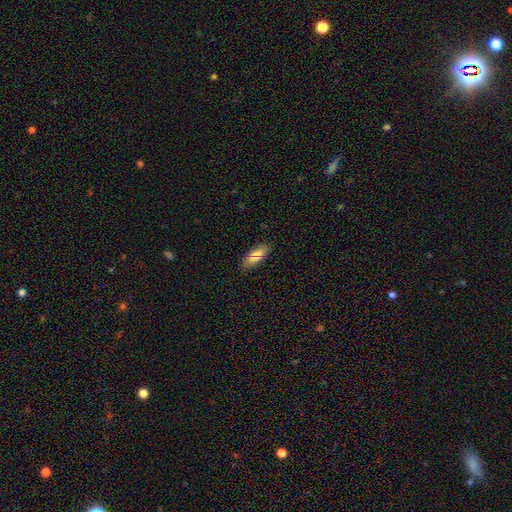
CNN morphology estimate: Q: Smooth or featured?
A: smooth (75%); runner-up: featured or disk (13%)
Q: How rounded?
A: in between (73%); runner-up: cigar-shaped (24%)
Q: Merging?
A: none (86%); runner-up: minor disturbance (10%)